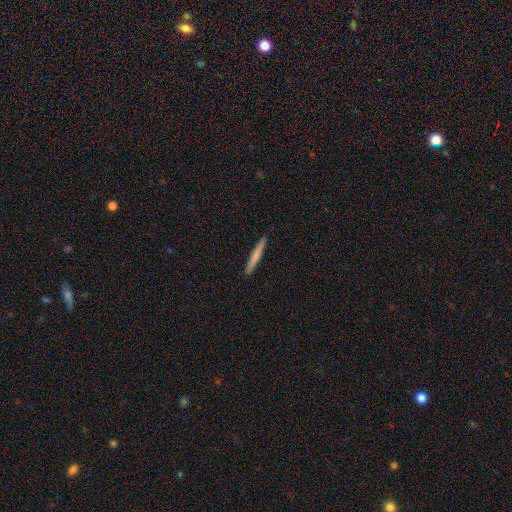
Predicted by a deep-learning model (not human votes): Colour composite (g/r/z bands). It shows a smooth galaxy with no disk features (70%) that is cigar-shaped (97%). Merging: none (93%).